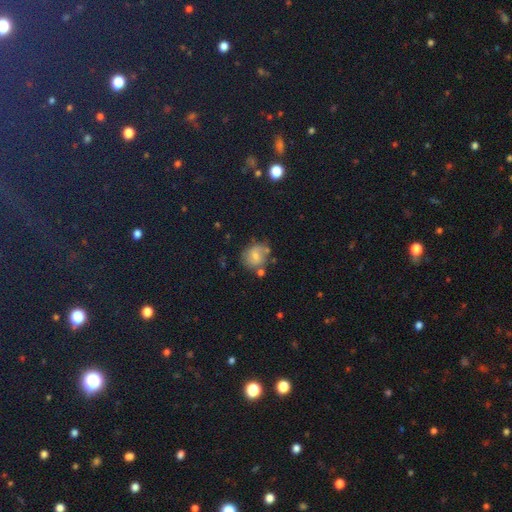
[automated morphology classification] A smooth galaxy with no disk features (52%) that is round (73%).

Vote fractions:
- Smooth or featured? smooth: 52% / featured or disk: 35% / star or artifact: 13%
- How rounded? round: 73% / in between: 26% / cigar-shaped: 1%
- Merging? none: 61% / minor disturbance: 22% / merger: 10% / major disturbance: 8%